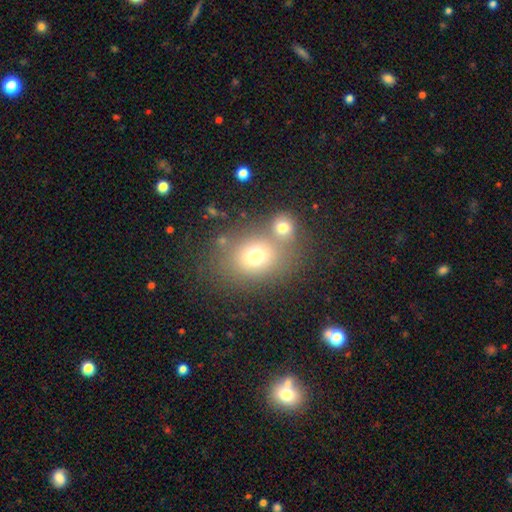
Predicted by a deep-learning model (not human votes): A smooth galaxy with no disk features (71%) that is round (57%).

Vote fractions:
- Smooth or featured? smooth: 71% / featured or disk: 14% / star or artifact: 14%
- How rounded? round: 57% / in between: 42% / cigar-shaped: 1%
- Merging? none: 51% / merger: 33% / minor disturbance: 10% / major disturbance: 5%